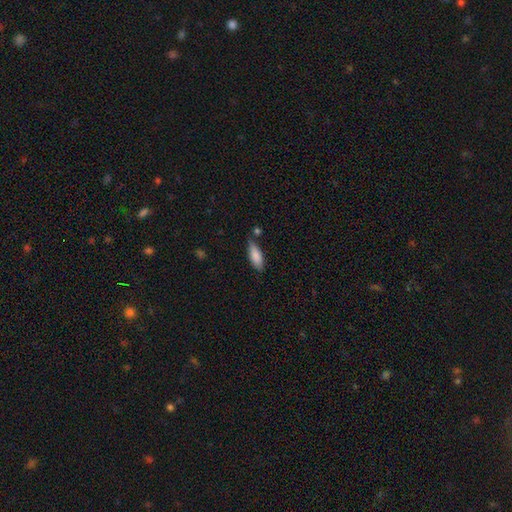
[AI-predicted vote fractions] Q: Smooth or featured?
A: smooth (84%); runner-up: featured or disk (9%)
Q: How rounded?
A: in between (68%); runner-up: cigar-shaped (30%)
Q: Merging?
A: none (71%); runner-up: minor disturbance (19%)